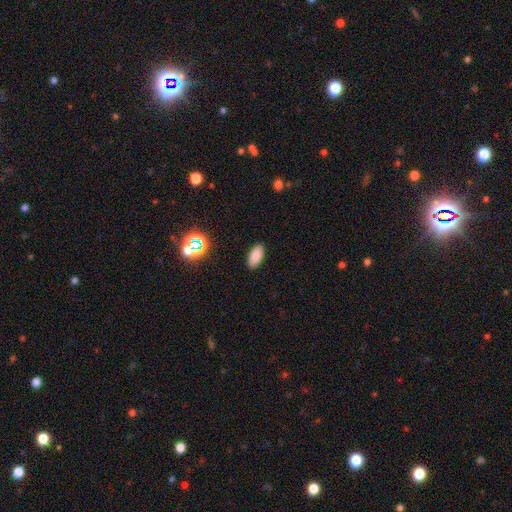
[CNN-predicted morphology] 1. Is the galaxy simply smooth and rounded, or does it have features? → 82% smooth, 12% star or artifact, 6% featured or disk.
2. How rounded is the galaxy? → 91% in between, 6% cigar-shaped, 3% round.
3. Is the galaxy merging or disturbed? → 89% none, 7% minor disturbance, 2% major disturbance, 1% merger.